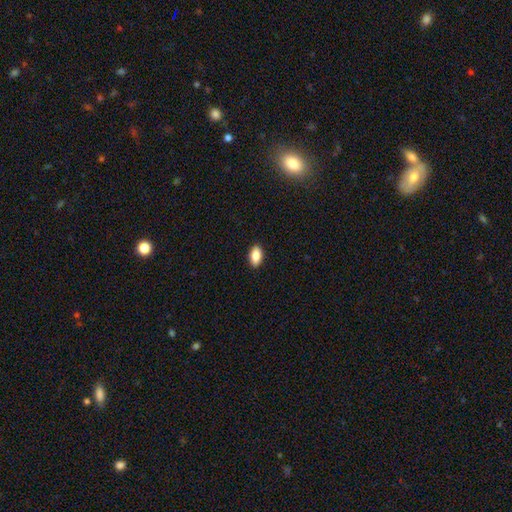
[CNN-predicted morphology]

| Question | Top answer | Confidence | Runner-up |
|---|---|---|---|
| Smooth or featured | smooth | 85% | featured or disk (8%) |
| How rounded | in between | 91% | cigar-shaped (5%) |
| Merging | none | 90% | minor disturbance (7%) |